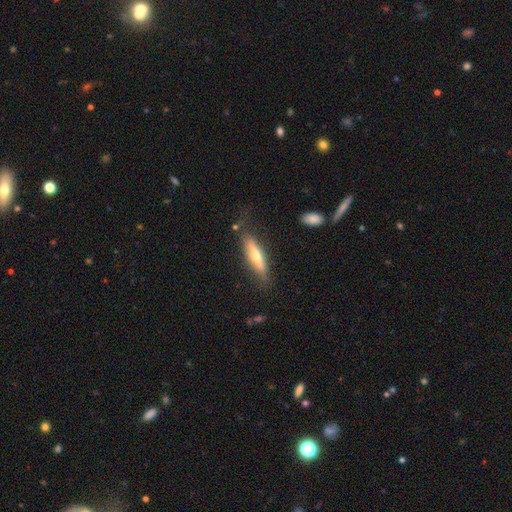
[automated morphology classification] smooth_or_featured: featured or disk (p=0.49) [alt: smooth p=0.45]
merging: none (p=0.76) [alt: minor disturbance p=0.17]